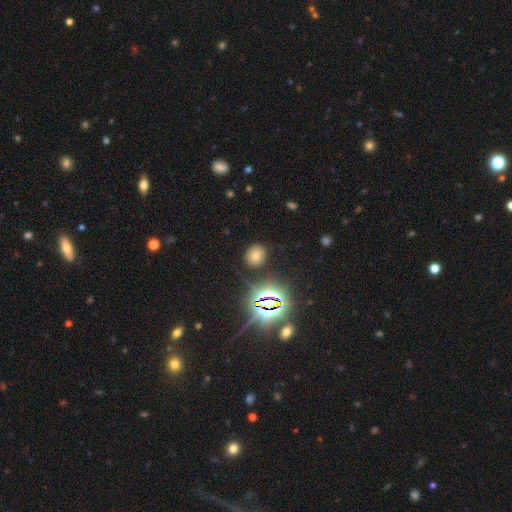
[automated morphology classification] A smooth galaxy with no disk features (61%) that is round (70%).

Vote fractions:
- Smooth or featured? smooth: 61% / star or artifact: 29% / featured or disk: 10%
- How rounded? round: 70% / in between: 29% / cigar-shaped: 1%
- Merging? none: 85% / minor disturbance: 10% / major disturbance: 3% / merger: 2%